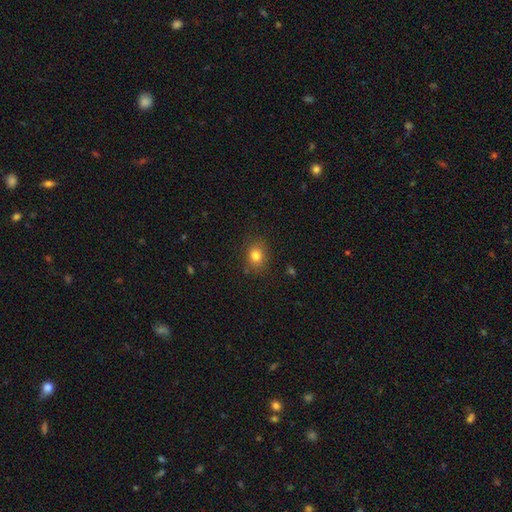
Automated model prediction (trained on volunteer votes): Morphology: type=smooth (81%); roundness=round (55%); merging=none (84%).